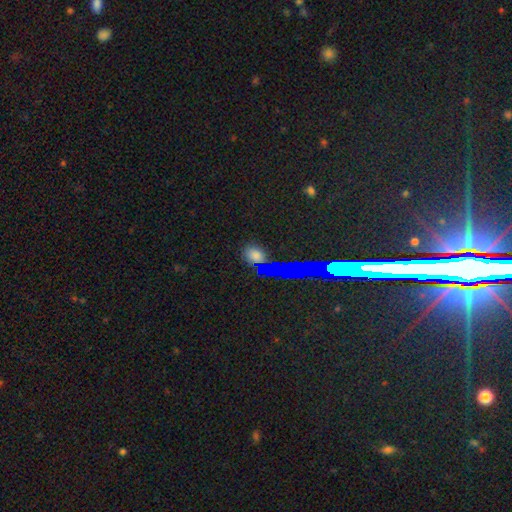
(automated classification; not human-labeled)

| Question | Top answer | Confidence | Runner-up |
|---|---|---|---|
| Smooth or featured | smooth | 59% | star or artifact (32%) |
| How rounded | round | 62% | in between (32%) |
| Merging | none | 83% | minor disturbance (10%) |